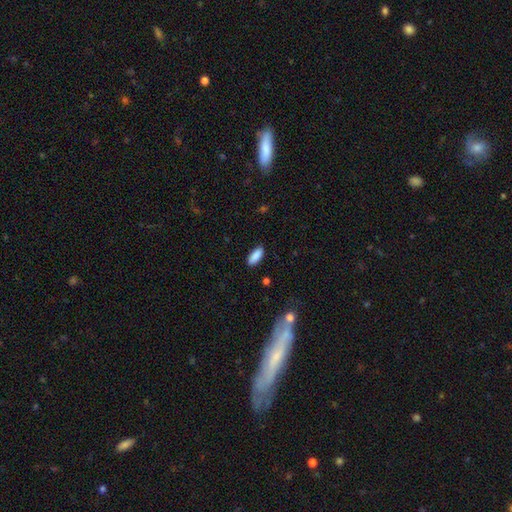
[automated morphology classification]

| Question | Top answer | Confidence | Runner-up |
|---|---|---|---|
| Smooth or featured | smooth | 89% | star or artifact (7%) |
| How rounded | in between | 75% | cigar-shaped (23%) |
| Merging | none | 86% | minor disturbance (10%) |